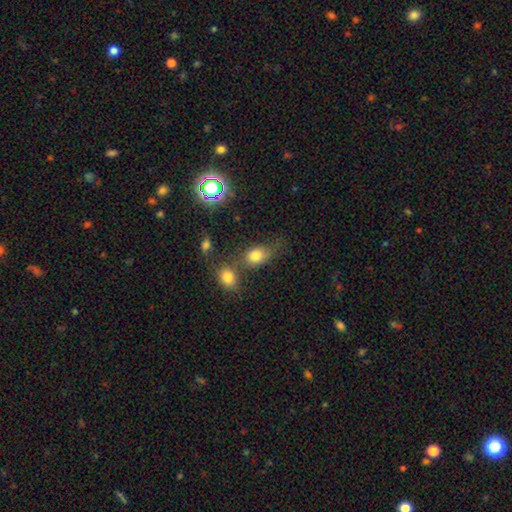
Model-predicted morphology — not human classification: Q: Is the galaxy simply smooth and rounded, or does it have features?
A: smooth — 77%.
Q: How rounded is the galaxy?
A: in between — 62%.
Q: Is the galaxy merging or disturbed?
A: none — 48%.